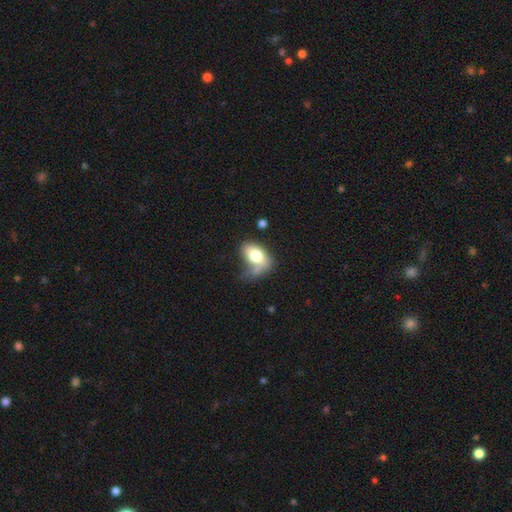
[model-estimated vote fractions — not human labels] smooth-or-featured: smooth: 75% | featured or disk: 18% | star or artifact: 7%
  how-rounded: in between: 87% | round: 11% | cigar-shaped: 2%
  merging: none: 29% | minor disturbance: 27% | major disturbance: 25% | merger: 18%